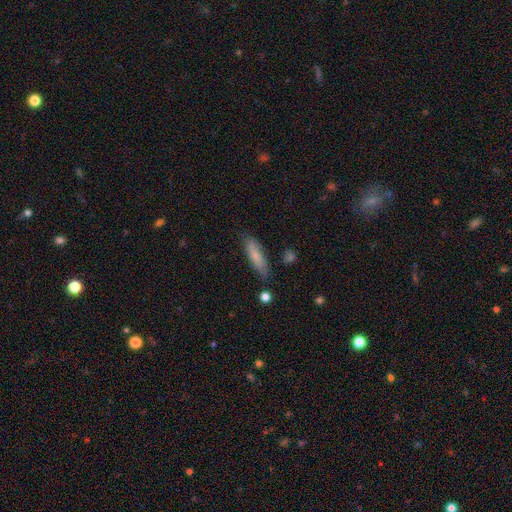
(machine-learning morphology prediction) smooth_or_featured: smooth (p=0.75) [alt: featured or disk p=0.19]
how_rounded: cigar-shaped (p=0.67) [alt: in between p=0.31]
merging: none (p=0.79) [alt: minor disturbance p=0.16]